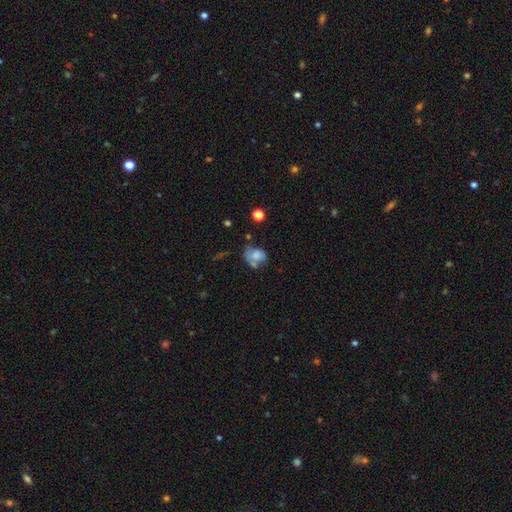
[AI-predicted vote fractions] A smooth galaxy with no disk features (67%) that is in between round and cigar-shaped (56%).

Vote fractions:
- Smooth or featured? smooth: 67% / featured or disk: 22% / star or artifact: 10%
- How rounded? in between: 56% / round: 42% / cigar-shaped: 1%
- Merging? none: 34% / minor disturbance: 27% / merger: 22% / major disturbance: 18%